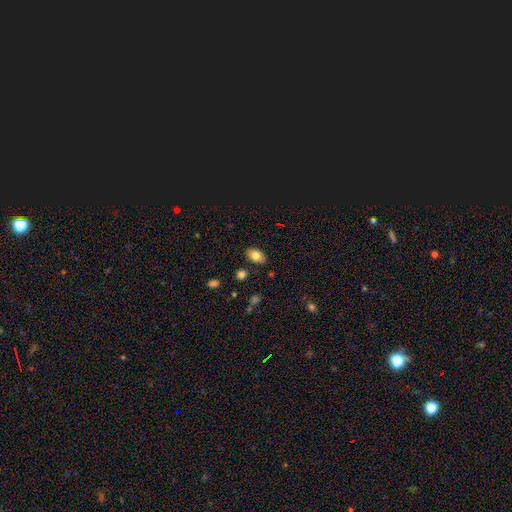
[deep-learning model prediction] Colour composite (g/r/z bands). It shows a smooth galaxy with no disk features (80%) that is in between round and cigar-shaped (85%). Merging: none (85%).